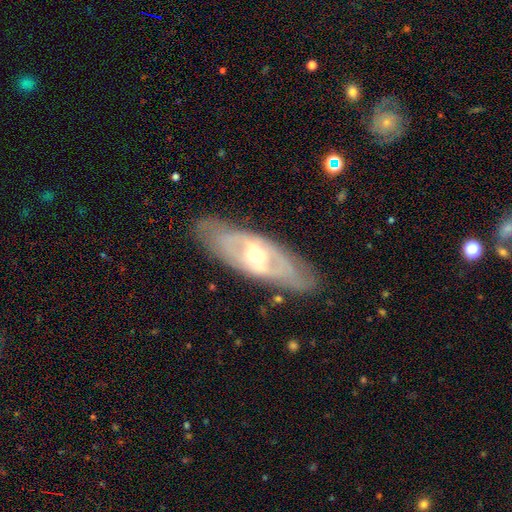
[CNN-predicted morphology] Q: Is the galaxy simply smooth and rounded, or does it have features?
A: featured or disk — 74%.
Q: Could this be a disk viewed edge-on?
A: no — 81%.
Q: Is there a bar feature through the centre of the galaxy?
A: no — 44%.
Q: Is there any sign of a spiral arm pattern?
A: yes — 50%, tied with no.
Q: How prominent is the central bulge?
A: moderate — 59%.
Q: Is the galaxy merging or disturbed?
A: none — 82%.